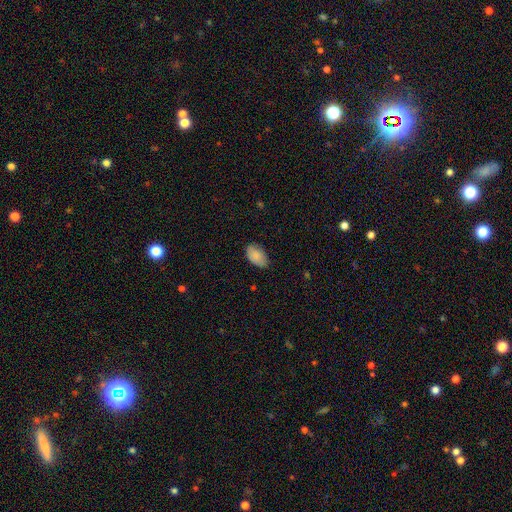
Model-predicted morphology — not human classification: A smooth galaxy with no disk features (87%) that is in between round and cigar-shaped (93%). Merging: none (76%).